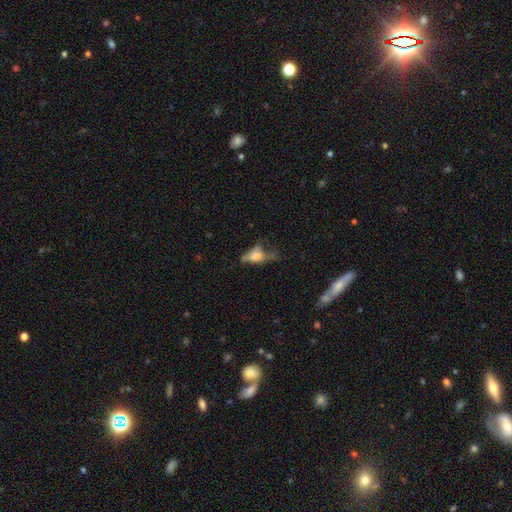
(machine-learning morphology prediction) Q: Smooth or featured?
A: smooth (51%); runner-up: featured or disk (36%)
Q: How rounded?
A: in between (73%); runner-up: cigar-shaped (18%)
Q: Merging?
A: major disturbance (33%); runner-up: none (32%)